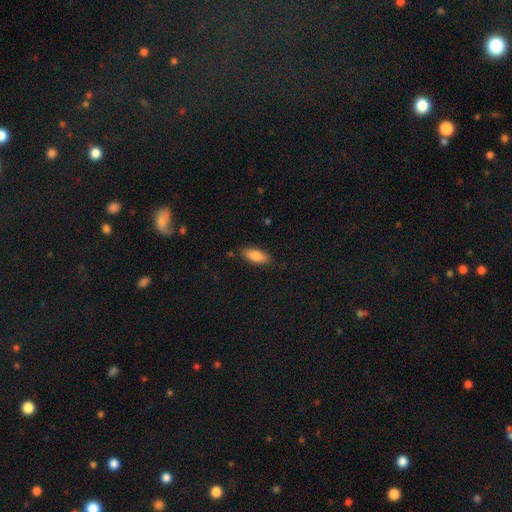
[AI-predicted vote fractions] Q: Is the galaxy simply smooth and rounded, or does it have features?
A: smooth — 83%.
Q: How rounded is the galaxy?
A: in between — 76%.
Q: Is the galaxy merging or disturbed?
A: none — 84%.